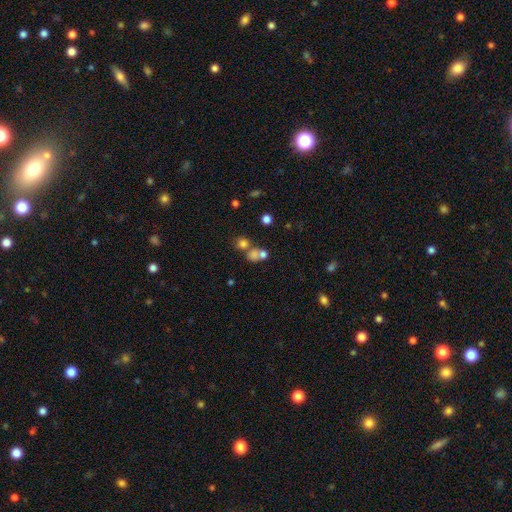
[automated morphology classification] A smooth galaxy with no disk features (46%).

Vote fractions:
- Smooth or featured? smooth: 46% / star or artifact: 36% / featured or disk: 18%
- Merging? none: 45% / merger: 40% / minor disturbance: 8% / major disturbance: 6%